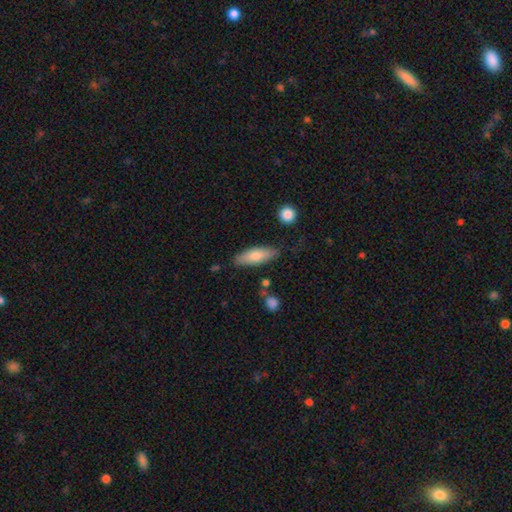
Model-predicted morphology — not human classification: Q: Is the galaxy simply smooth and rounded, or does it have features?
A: smooth — 73%.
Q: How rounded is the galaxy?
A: in between — 60%.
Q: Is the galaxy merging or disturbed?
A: none — 78%.